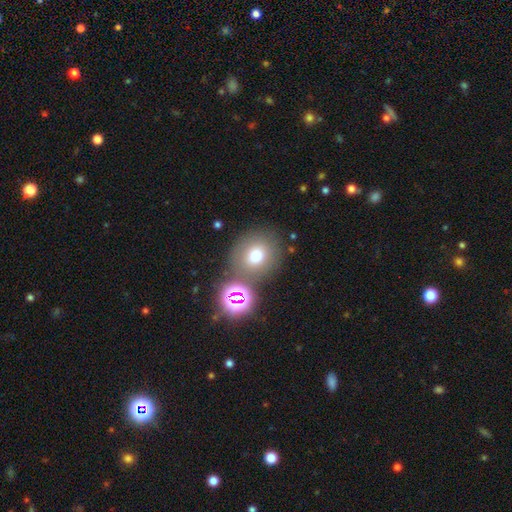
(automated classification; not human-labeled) Smooth or featured?
  - smooth: 70% *
  - star or artifact: 18%
  - featured or disk: 12%
How rounded?
  - round: 83% *
  - in between: 16%
  - cigar-shaped: 1%
Merging?
  - none: 73% *
  - merger: 12%
  - minor disturbance: 10%
  - major disturbance: 5%